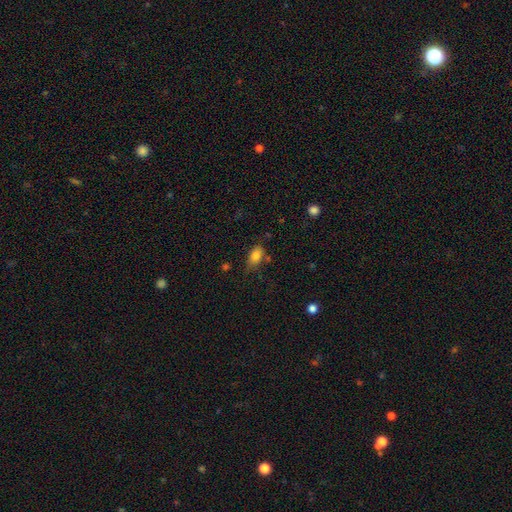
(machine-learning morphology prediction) This appears to be a smooth galaxy with no disk features (83%) that is in between round and cigar-shaped (88%). Merging: none (64%).